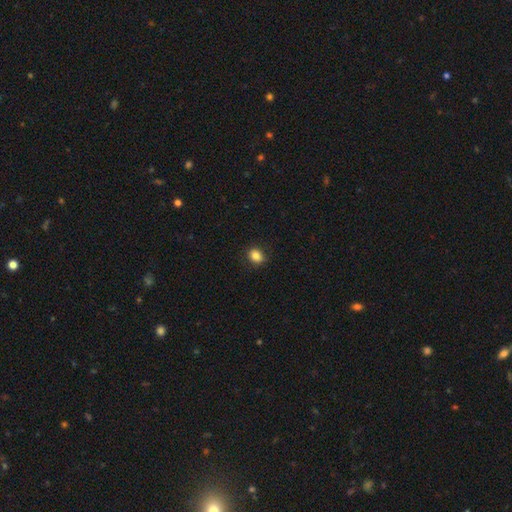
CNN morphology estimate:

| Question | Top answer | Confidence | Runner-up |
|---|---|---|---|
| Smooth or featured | smooth | 84% | star or artifact (10%) |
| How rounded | round | 57% | in between (42%) |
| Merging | none | 84% | minor disturbance (12%) |